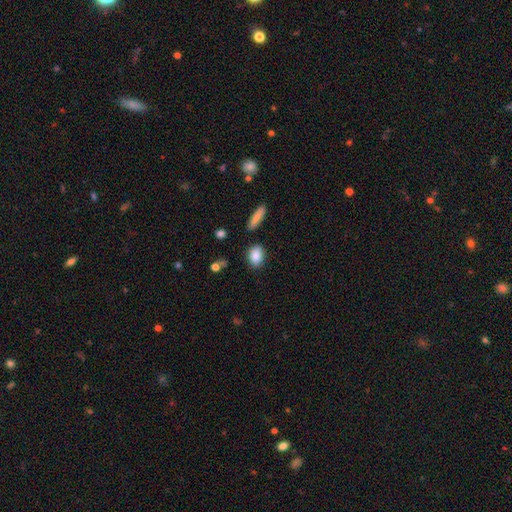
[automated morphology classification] A smooth galaxy with no disk features (86%) that is in between round and cigar-shaped (77%). Merging: none (81%).